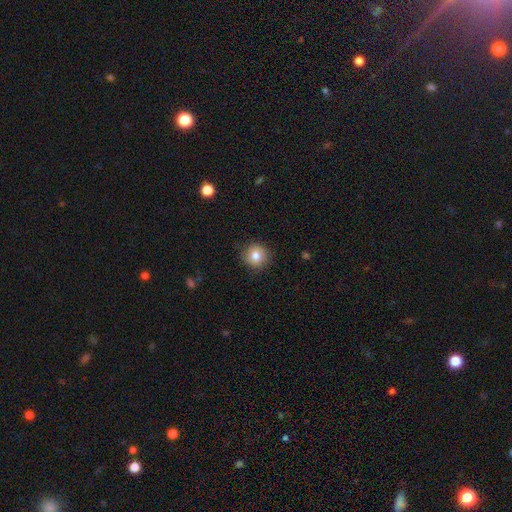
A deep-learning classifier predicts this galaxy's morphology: smooth-or-featured: smooth: 80% | star or artifact: 10% | featured or disk: 10%
  how-rounded: round: 92% | in between: 7% | cigar-shaped: 1%
  merging: none: 85% | minor disturbance: 11% | major disturbance: 3% | merger: 1%